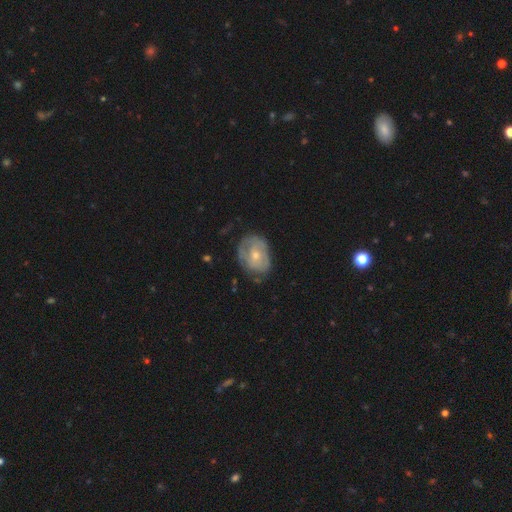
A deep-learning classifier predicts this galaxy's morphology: This is possibly a featured or disk galaxy (58%). It is clearly not viewed edge-on (96%). Bar: likely no (73%). Spiral arm pattern: possibly yes (56%). Central bulge: possibly small (54%). Merging: possibly none (59%).